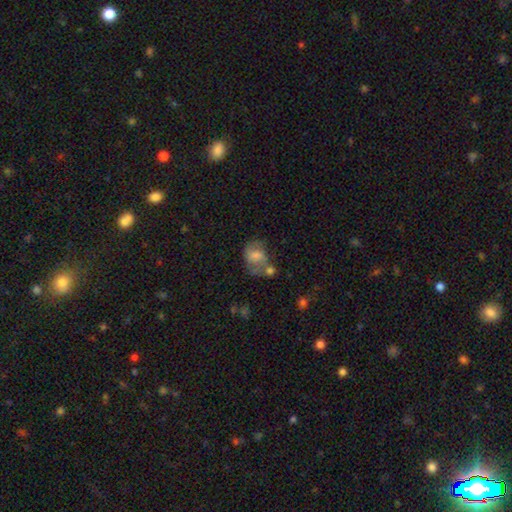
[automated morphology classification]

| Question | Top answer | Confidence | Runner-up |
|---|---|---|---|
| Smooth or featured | smooth | 52% | featured or disk (37%) |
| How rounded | in between | 57% | round (41%) |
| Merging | none | 37% | merger (27%) |